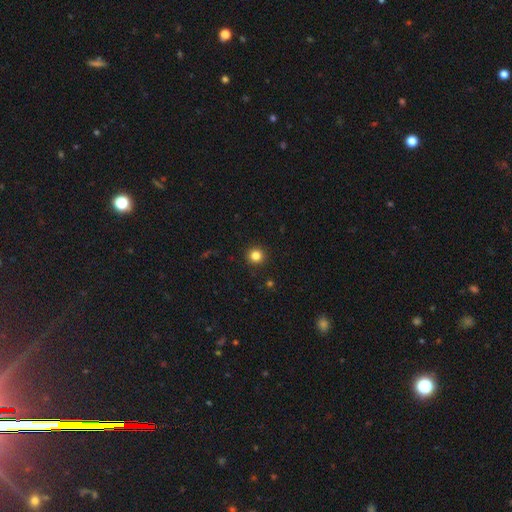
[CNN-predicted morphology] type=smooth (83%); roundness=round (95%); merging=none (92%).